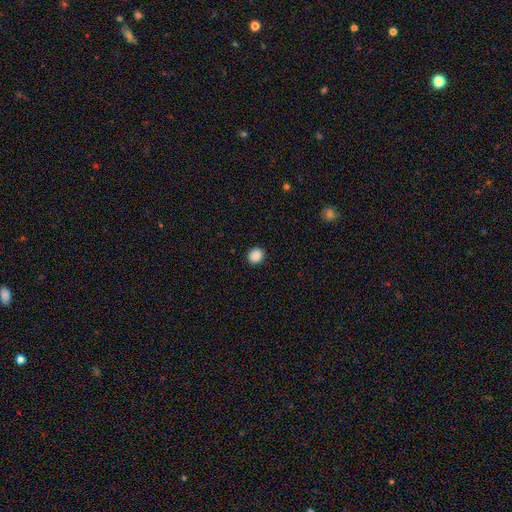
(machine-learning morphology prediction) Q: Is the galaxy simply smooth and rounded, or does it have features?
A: smooth — 89%.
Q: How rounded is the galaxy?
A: round — 83%.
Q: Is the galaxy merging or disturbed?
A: none — 91%.